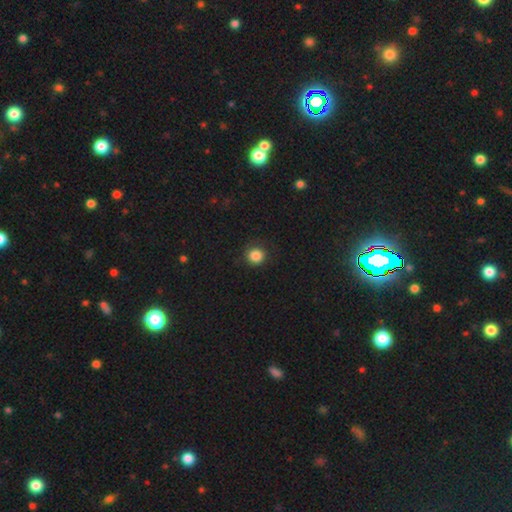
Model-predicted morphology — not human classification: A smooth galaxy with no disk features (85%) that is round (93%).

Vote fractions:
- Smooth or featured? smooth: 85% / star or artifact: 11% / featured or disk: 4%
- How rounded? round: 93% / in between: 6% / cigar-shaped: 1%
- Merging? none: 89% / minor disturbance: 8% / major disturbance: 3% / merger: 1%